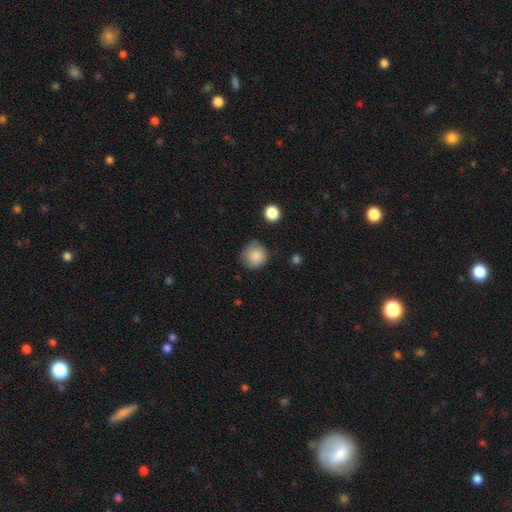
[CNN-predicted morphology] Smooth or featured? smooth (86%)
How rounded? round (90%)
Merging? none (69%)